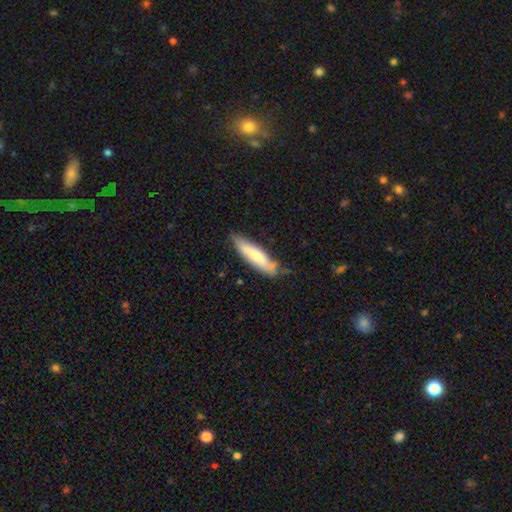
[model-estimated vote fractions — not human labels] A smooth galaxy with no disk features (67%) that is cigar-shaped (70%).

Vote fractions:
- Smooth or featured? smooth: 67% / featured or disk: 27% / star or artifact: 6%
- How rounded? cigar-shaped: 70% / in between: 29% / round: 1%
- Merging? none: 66% / minor disturbance: 25% / major disturbance: 5% / merger: 4%